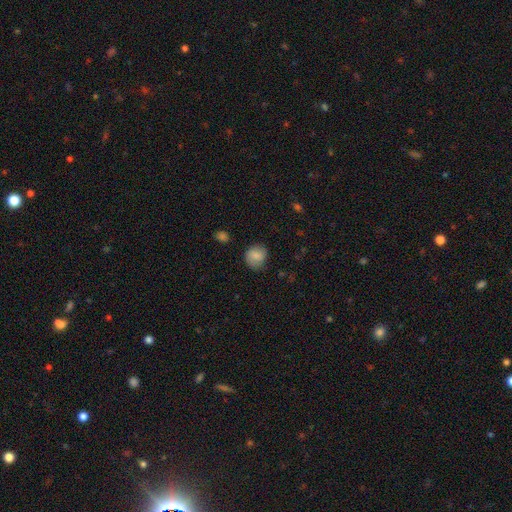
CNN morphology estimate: The model was most divided on "merging": none: 74%, minor disturbance: 19%, major disturbance: 5%, merger: 1%. More confident: smooth or featured — smooth (81%); how rounded — round (79%).